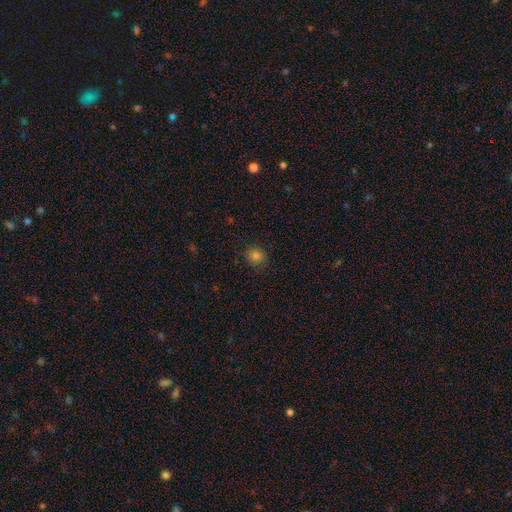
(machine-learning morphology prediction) Smooth or featured? smooth (81%)
How rounded? round (86%)
Merging? none (85%)